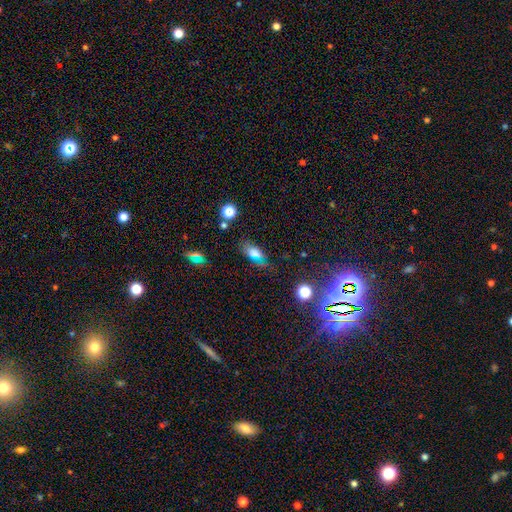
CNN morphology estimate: smooth 67%, star or artifact 19%, featured or disk 14%. Down the decision tree: how rounded — in between (81%); merging — none (68%).